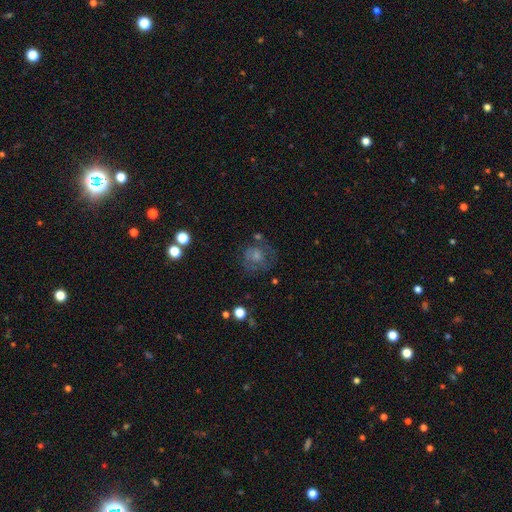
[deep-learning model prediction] This appears to be a smooth galaxy with no disk features (58%) that is round (77%). Merging: none (51%).